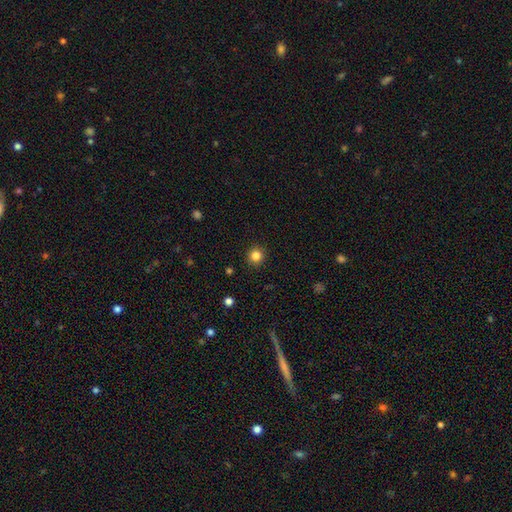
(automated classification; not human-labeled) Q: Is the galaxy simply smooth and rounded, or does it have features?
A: smooth — 83%.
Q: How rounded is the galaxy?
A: round — 93%.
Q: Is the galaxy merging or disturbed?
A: none — 92%.